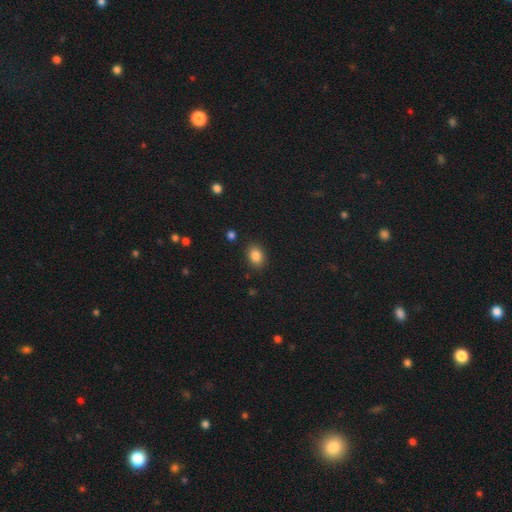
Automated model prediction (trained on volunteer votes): Q: Smooth or featured?
A: smooth (85%); runner-up: star or artifact (10%)
Q: How rounded?
A: in between (66%); runner-up: round (33%)
Q: Merging?
A: none (87%); runner-up: minor disturbance (9%)